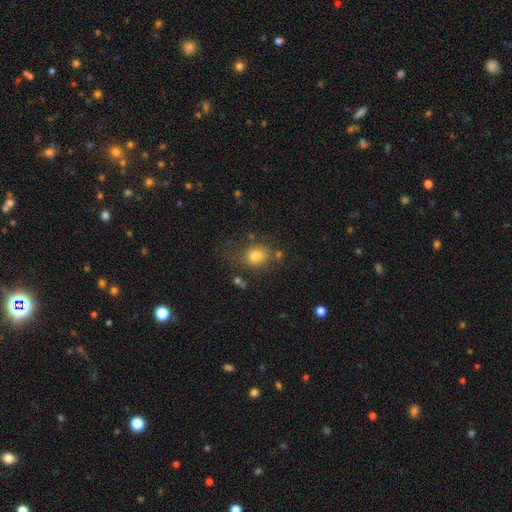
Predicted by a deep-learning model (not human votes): This is likely a smooth galaxy (78%). How rounded: possibly round (57%). Merging: likely none (64%).